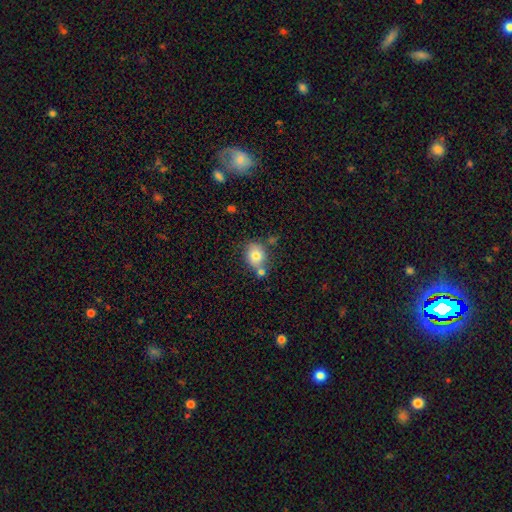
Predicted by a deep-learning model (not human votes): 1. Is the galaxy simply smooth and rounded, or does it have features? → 77% smooth, 13% featured or disk, 10% star or artifact.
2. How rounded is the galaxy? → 57% round, 42% in between, 1% cigar-shaped.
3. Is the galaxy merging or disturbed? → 60% none, 19% merger, 16% minor disturbance, 4% major disturbance.